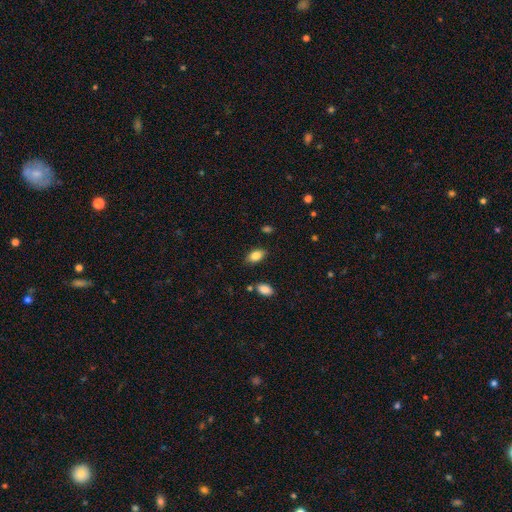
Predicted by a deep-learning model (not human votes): Morphology: type=smooth (84%); roundness=in between (91%); merging=none (84%).